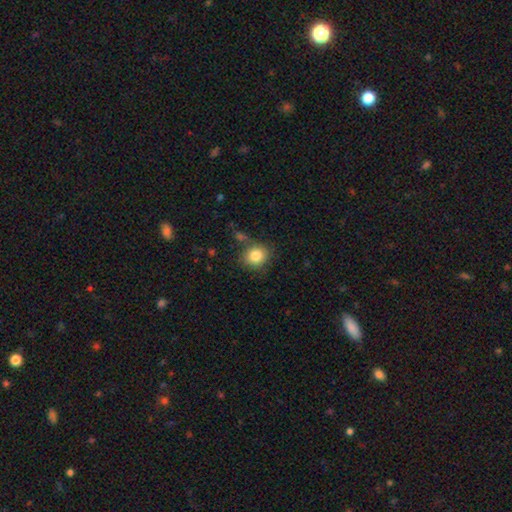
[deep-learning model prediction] smooth 84%, star or artifact 10%, featured or disk 6%. Down the decision tree: how rounded — round (75%); merging — none (76%).